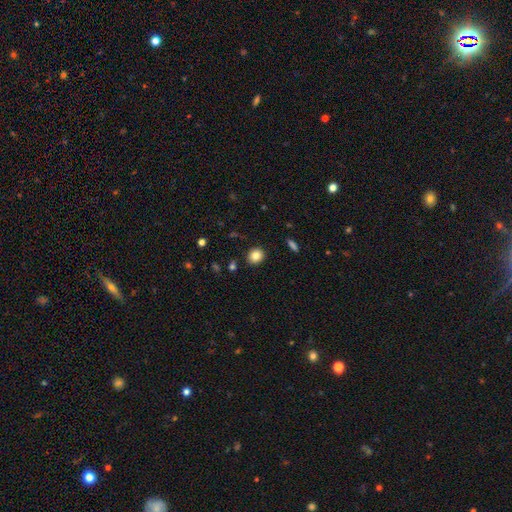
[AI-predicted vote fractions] Morphology: type=smooth (83%); roundness=round (71%); merging=none (89%).